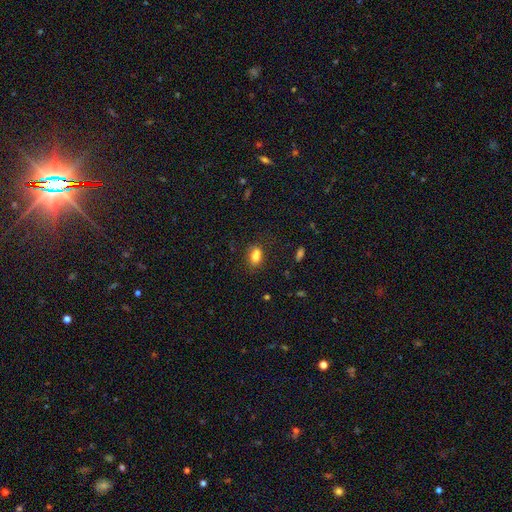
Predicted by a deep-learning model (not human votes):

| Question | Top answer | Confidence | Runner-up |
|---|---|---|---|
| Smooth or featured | smooth | 81% | star or artifact (11%) |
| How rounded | in between | 83% | round (13%) |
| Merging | none | 70% | minor disturbance (17%) |